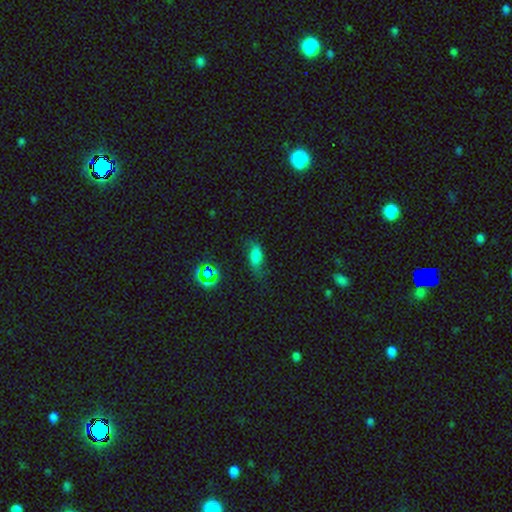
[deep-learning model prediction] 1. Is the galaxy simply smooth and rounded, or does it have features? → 60% smooth, 24% featured or disk, 17% star or artifact.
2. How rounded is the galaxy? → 82% in between, 11% cigar-shaped, 7% round.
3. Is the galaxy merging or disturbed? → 55% none, 27% minor disturbance, 16% major disturbance, 2% merger.